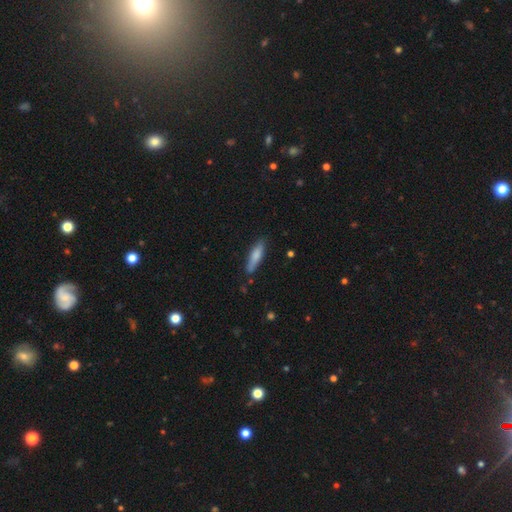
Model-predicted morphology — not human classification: smooth-or-featured: smooth: 75% | featured or disk: 19% | star or artifact: 6%
  how-rounded: cigar-shaped: 76% | in between: 22% | round: 2%
  merging: none: 80% | minor disturbance: 15% | major disturbance: 3% | merger: 2%